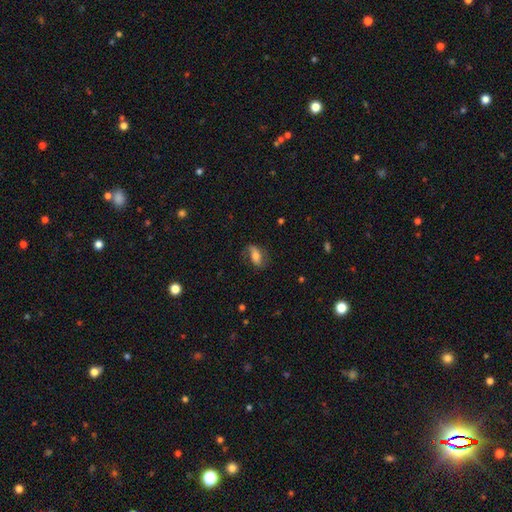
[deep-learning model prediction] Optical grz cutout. It shows a featured or disk galaxy (47%). Merging: none (64%).